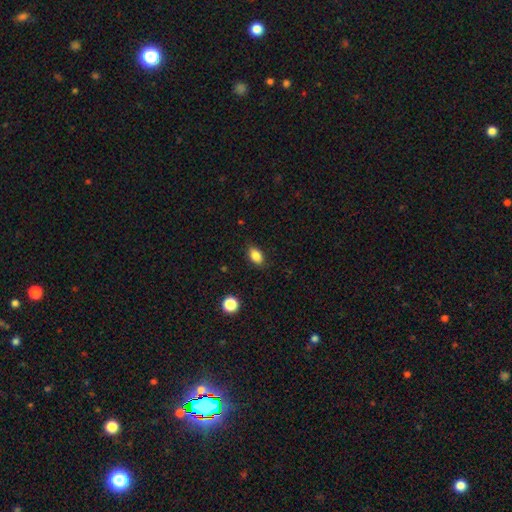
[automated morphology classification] Smooth or featured: smooth — 86% (star or artifact — 9%)
How rounded: in between — 87% (round — 11%)
Merging: none — 85% (minor disturbance — 11%)